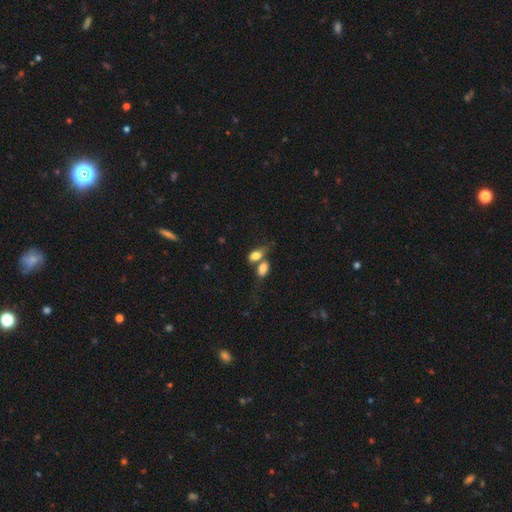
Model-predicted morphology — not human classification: This is likely a smooth galaxy (79%). How rounded: clearly in between (86%). Merging: possibly merger (57%).